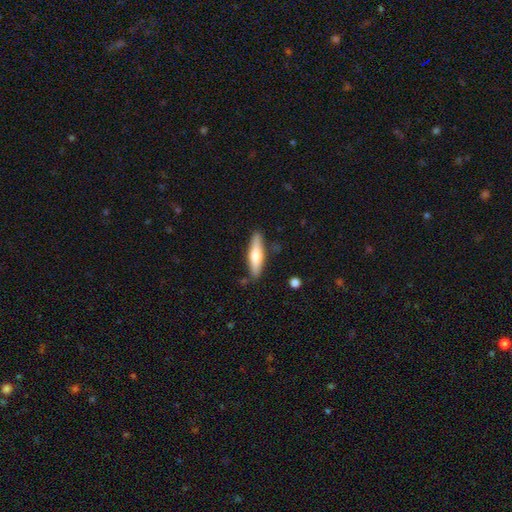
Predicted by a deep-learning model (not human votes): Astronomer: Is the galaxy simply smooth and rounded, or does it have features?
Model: smooth — 52% (runner-up: featured or disk, 43%).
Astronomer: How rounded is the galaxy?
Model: cigar-shaped — 73%.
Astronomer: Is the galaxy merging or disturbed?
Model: none — 83%.